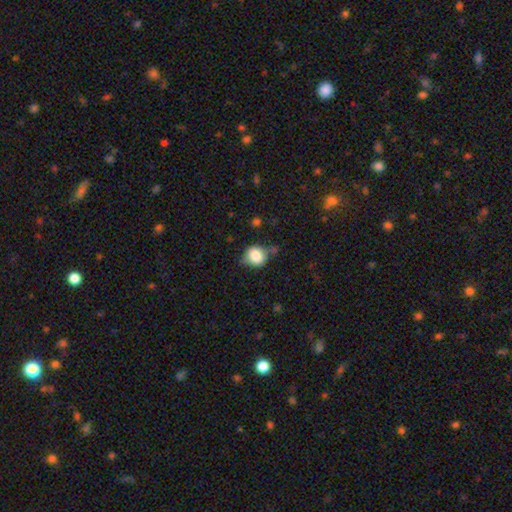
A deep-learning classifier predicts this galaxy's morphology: A smooth galaxy with no disk features (78%) that is round (75%).

Vote fractions:
- Smooth or featured? smooth: 78% / featured or disk: 12% / star or artifact: 10%
- How rounded? round: 75% / in between: 24% / cigar-shaped: 1%
- Merging? none: 61% / minor disturbance: 26% / major disturbance: 8% / merger: 5%